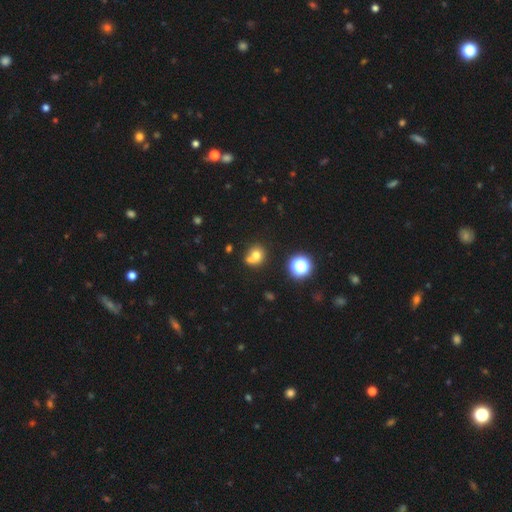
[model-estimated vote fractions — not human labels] smooth 70%, star or artifact 16%, featured or disk 14%. Down the decision tree: how rounded — round (77%); merging — none (42%).